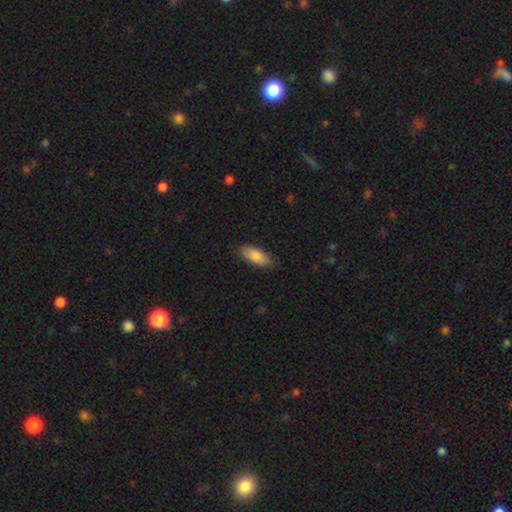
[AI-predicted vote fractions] This is clearly a smooth galaxy (85%). How rounded: clearly in between (80%). Merging: clearly none (83%).